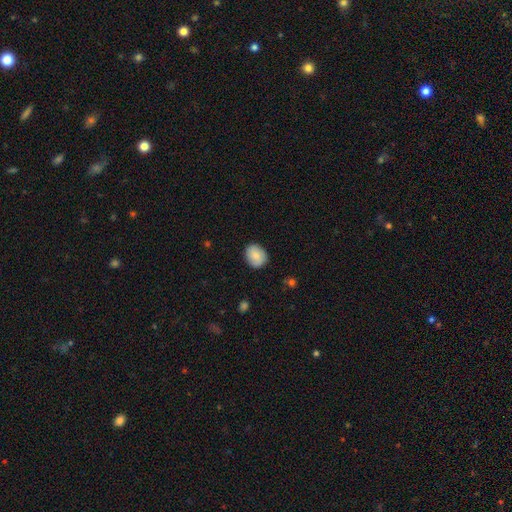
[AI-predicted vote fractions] smooth-or-featured: smooth: 81% | featured or disk: 12% | star or artifact: 7%
  how-rounded: round: 52% | in between: 48% | cigar-shaped: 1%
  merging: none: 84% | minor disturbance: 12% | major disturbance: 2% | merger: 1%